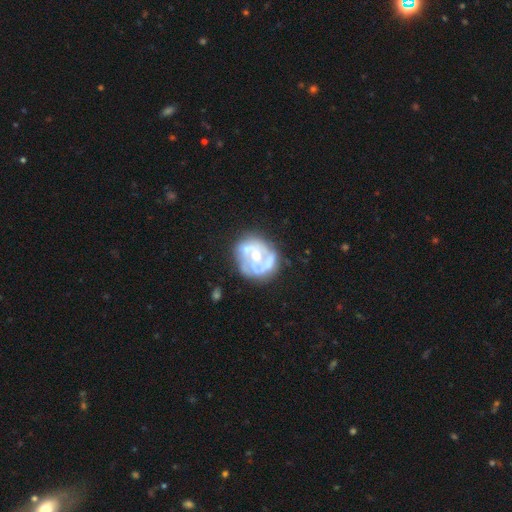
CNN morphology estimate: Smooth or featured? featured or disk (77%)
Edge-on disk? no (98%)
Bar? no (64%)
Spiral arms? yes (65%)
Bulge size? moderate (59%)
Merging? none (55%)